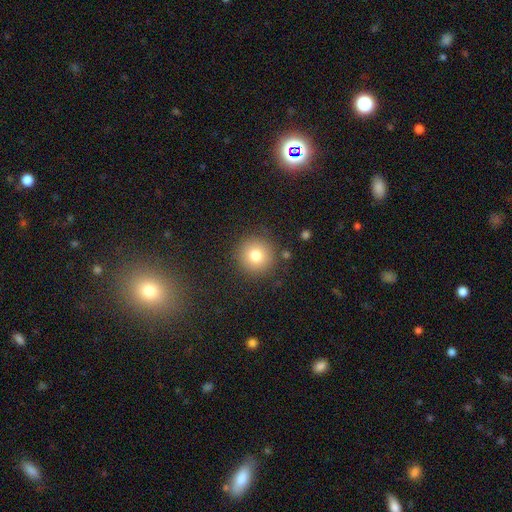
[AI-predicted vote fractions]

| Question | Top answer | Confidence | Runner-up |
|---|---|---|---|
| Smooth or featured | smooth | 79% | star or artifact (11%) |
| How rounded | round | 94% | in between (5%) |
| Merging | none | 88% | minor disturbance (7%) |